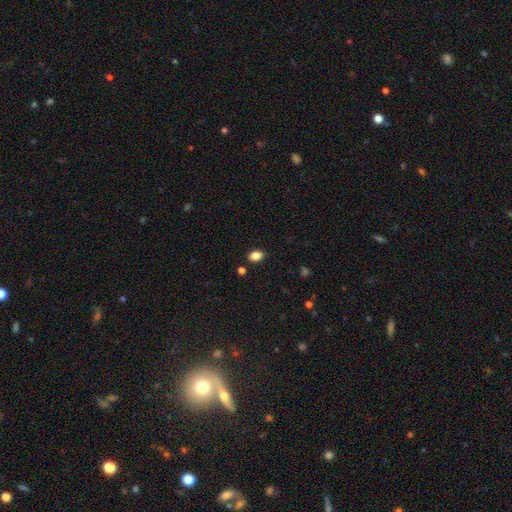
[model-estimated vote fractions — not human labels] This appears to be a smooth galaxy with no disk features (85%) that is in between round and cigar-shaped (79%). Merging: none (86%).